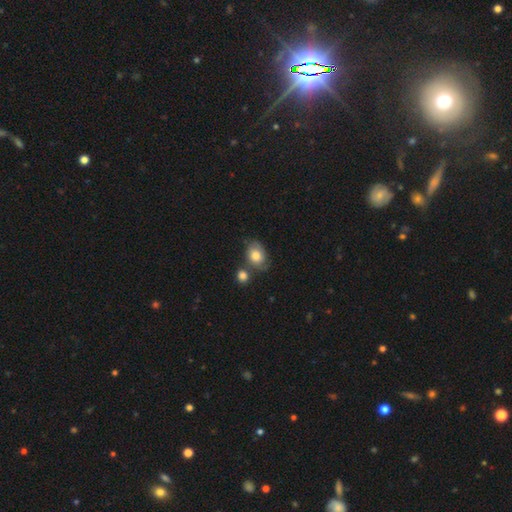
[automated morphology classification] Smooth or featured: smooth — 72% (featured or disk — 20%)
How rounded: in between — 69% (round — 30%)
Merging: none — 51% (minor disturbance — 22%)